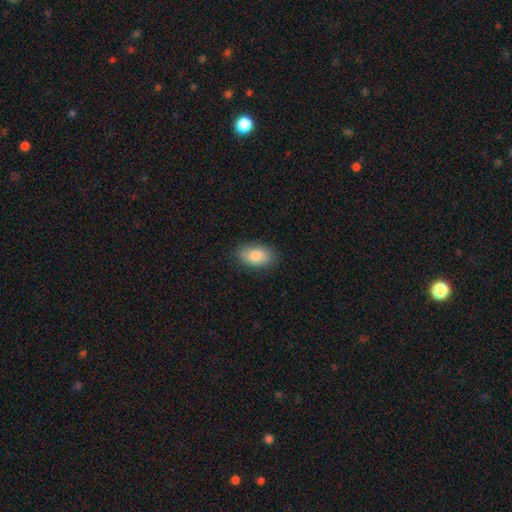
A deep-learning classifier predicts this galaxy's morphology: A smooth galaxy with no disk features (85%) that is in between round and cigar-shaped (91%).

Vote fractions:
- Smooth or featured? smooth: 85% / featured or disk: 8% / star or artifact: 7%
- How rounded? in between: 91% / round: 7% / cigar-shaped: 2%
- Merging? none: 83% / minor disturbance: 13% / major disturbance: 3% / merger: 1%